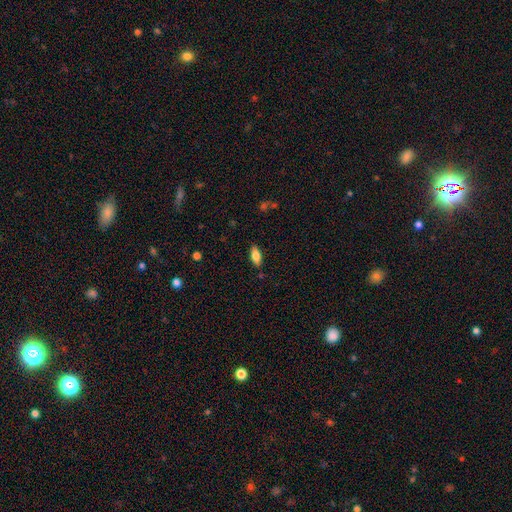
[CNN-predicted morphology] This appears to be a smooth galaxy with no disk features (79%) that is in between round and cigar-shaped (82%). Merging: none (85%).